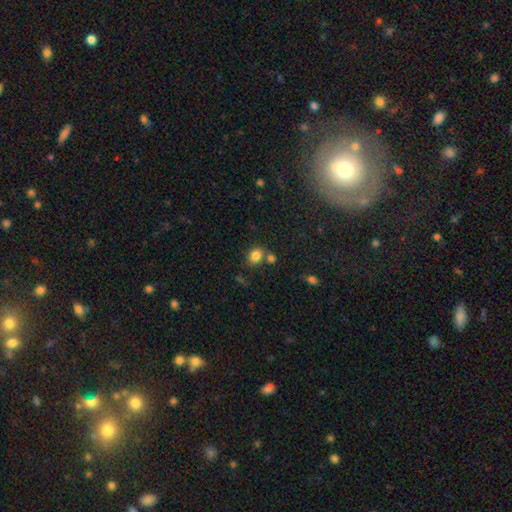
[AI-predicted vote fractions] This is clearly a smooth galaxy (83%). How rounded: possibly round (52%). Merging: likely none (65%).